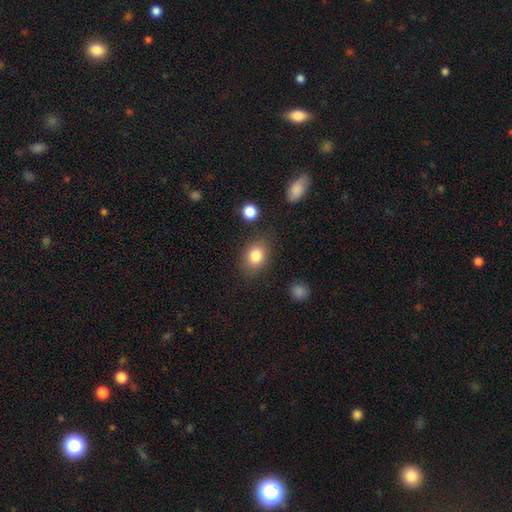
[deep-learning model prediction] smooth-or-featured: smooth: 82% | star or artifact: 10% | featured or disk: 8%
  how-rounded: in between: 60% | round: 39% | cigar-shaped: 1%
  merging: none: 80% | minor disturbance: 13% | major disturbance: 4% | merger: 3%